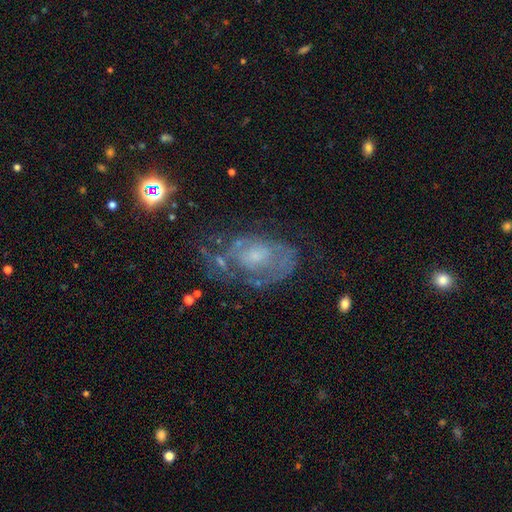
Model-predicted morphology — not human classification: Smooth or featured: featured or disk — 69% (smooth — 19%)
Edge-on disk: no — 96% (yes — 4%)
Bar: no — 75% (weak — 21%)
Spiral arms: yes — 66% (no — 34%)
Bulge size: small — 51% (moderate — 32%)
Merging: none — 49% (minor disturbance — 23%)